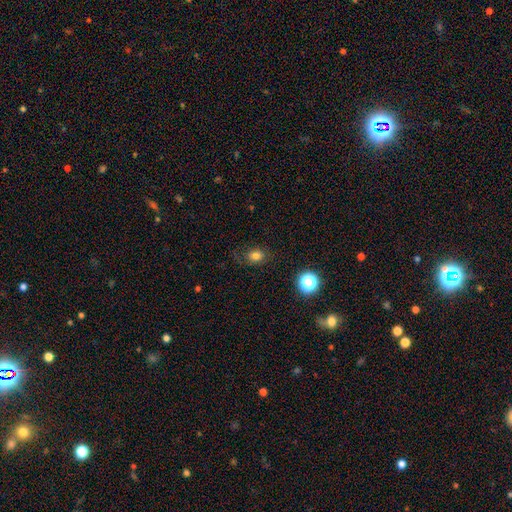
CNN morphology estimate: smooth-or-featured: smooth: 77% | star or artifact: 14% | featured or disk: 8%
  how-rounded: in between: 58% | round: 41% | cigar-shaped: 1%
  merging: none: 71% | minor disturbance: 18% | major disturbance: 9% | merger: 2%